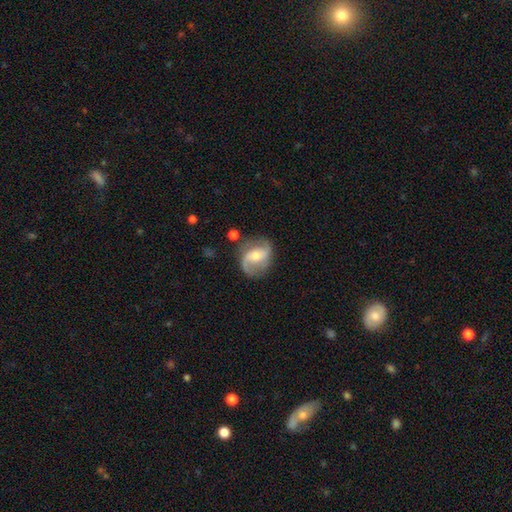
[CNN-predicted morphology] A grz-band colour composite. It shows a featured or disk galaxy (80%) with no bar (42%), 2 (87%) medium (44%) spiral arms (94%) and a moderate central bulge (55%). Merging: none (71%).